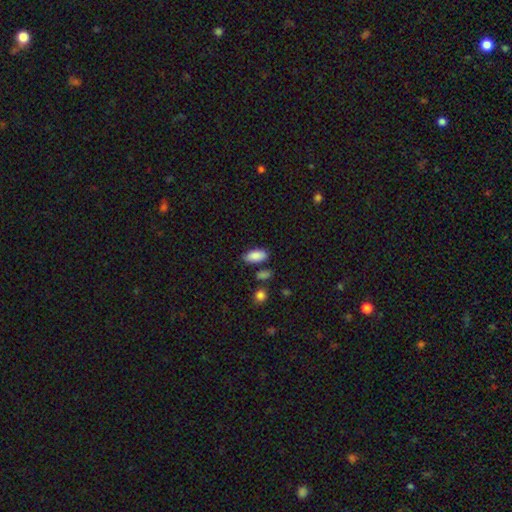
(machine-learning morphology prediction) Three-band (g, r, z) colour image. It shows a smooth galaxy with no disk features (88%) that is in between round and cigar-shaped (92%). Merging: none (79%).